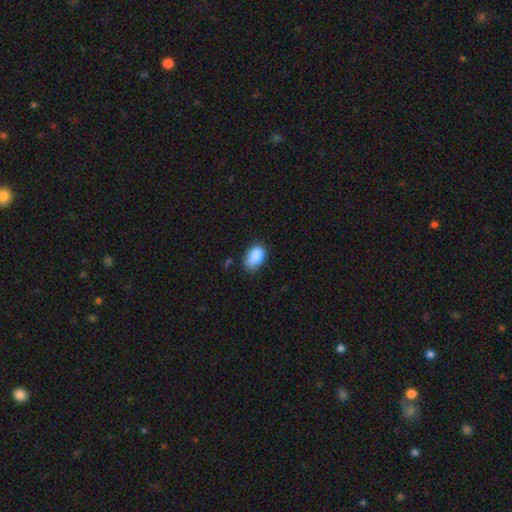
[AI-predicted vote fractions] Smooth or featured?
  - smooth: 88% *
  - star or artifact: 8%
  - featured or disk: 4%
How rounded?
  - in between: 90% *
  - round: 9%
  - cigar-shaped: 2%
Merging?
  - none: 67% *
  - minor disturbance: 26%
  - major disturbance: 5%
  - merger: 2%